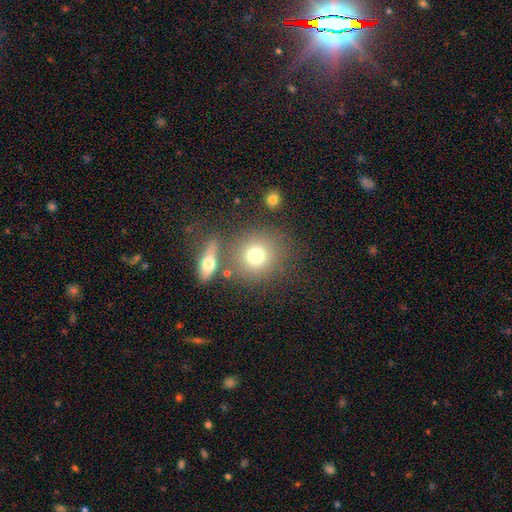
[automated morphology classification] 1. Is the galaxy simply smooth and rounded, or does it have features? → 76% smooth, 13% featured or disk, 12% star or artifact.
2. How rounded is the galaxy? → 85% round, 14% in between, 2% cigar-shaped.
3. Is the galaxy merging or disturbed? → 71% none, 15% merger, 10% minor disturbance, 5% major disturbance.